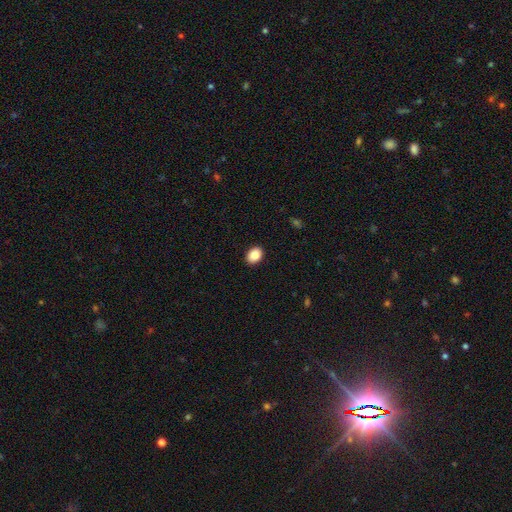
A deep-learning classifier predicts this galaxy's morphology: Smooth or featured?
  - smooth: 88% *
  - star or artifact: 8%
  - featured or disk: 4%
How rounded?
  - in between: 68% *
  - round: 31%
  - cigar-shaped: 1%
Merging?
  - none: 91% *
  - minor disturbance: 7%
  - major disturbance: 2%
  - merger: 1%